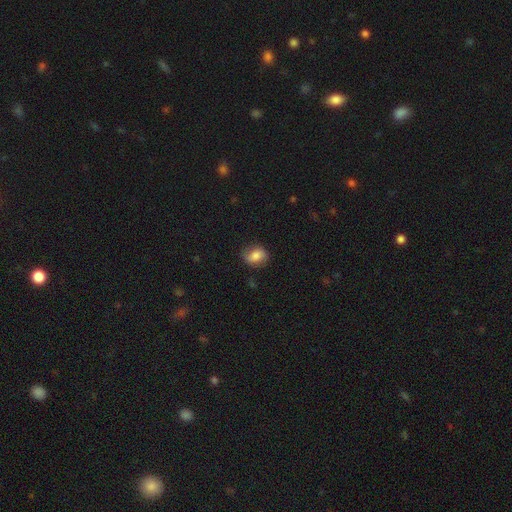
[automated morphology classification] Smooth or featured?
  - smooth: 68% *
  - featured or disk: 24%
  - star or artifact: 9%
How rounded?
  - in between: 61% *
  - round: 37%
  - cigar-shaped: 2%
Merging?
  - none: 76% *
  - minor disturbance: 18%
  - major disturbance: 5%
  - merger: 1%